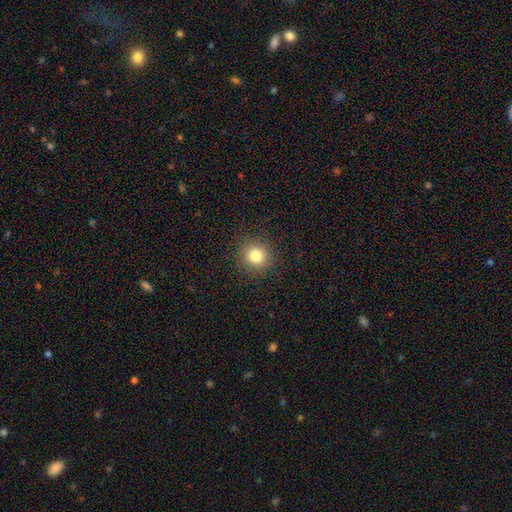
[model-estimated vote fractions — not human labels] Q: Smooth or featured?
A: smooth (81%); runner-up: star or artifact (13%)
Q: How rounded?
A: round (92%); runner-up: in between (8%)
Q: Merging?
A: none (90%); runner-up: minor disturbance (6%)